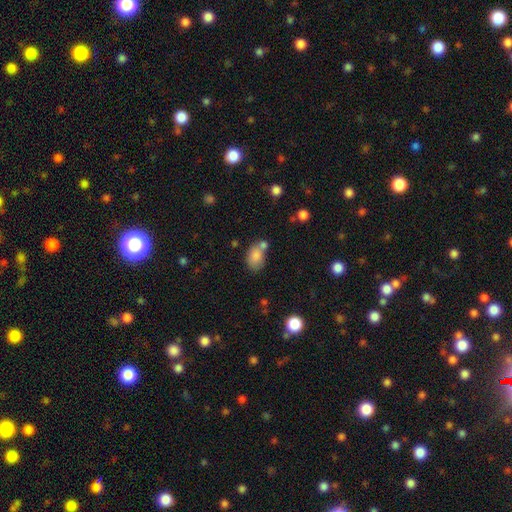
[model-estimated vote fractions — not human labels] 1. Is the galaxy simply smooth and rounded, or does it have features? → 82% smooth, 9% star or artifact, 9% featured or disk.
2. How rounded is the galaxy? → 81% in between, 17% round, 1% cigar-shaped.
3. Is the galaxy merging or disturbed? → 46% none, 31% merger, 17% minor disturbance, 6% major disturbance.